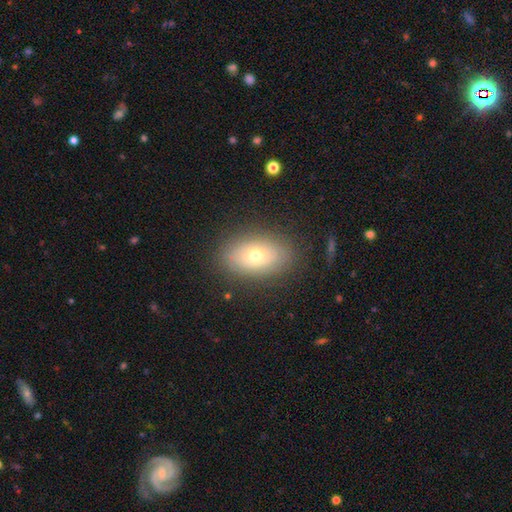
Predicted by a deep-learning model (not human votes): Morphology: type=smooth (58%); roundness=in between (85%); merging=none (82%).